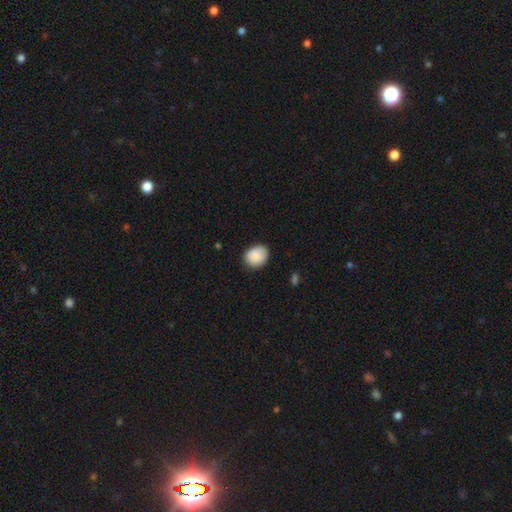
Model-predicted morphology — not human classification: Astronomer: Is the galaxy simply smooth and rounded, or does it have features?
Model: smooth — 88%.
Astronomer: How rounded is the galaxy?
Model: round — 56% (runner-up: in between, 43%).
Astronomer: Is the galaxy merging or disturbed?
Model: none — 80%.